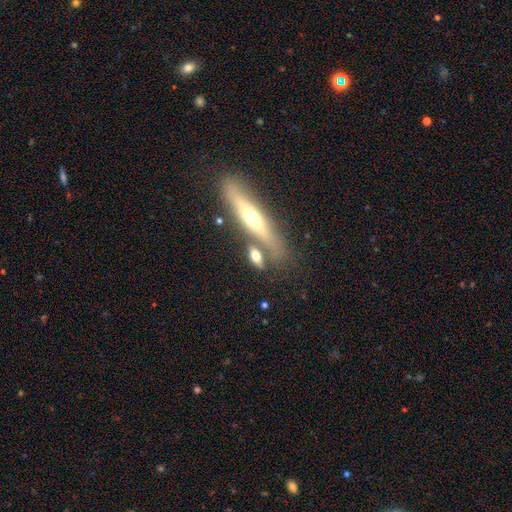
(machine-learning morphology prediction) smooth 57%, featured or disk 34%, star or artifact 8%. Down the decision tree: how rounded — in between (54%); merging — none (62%).